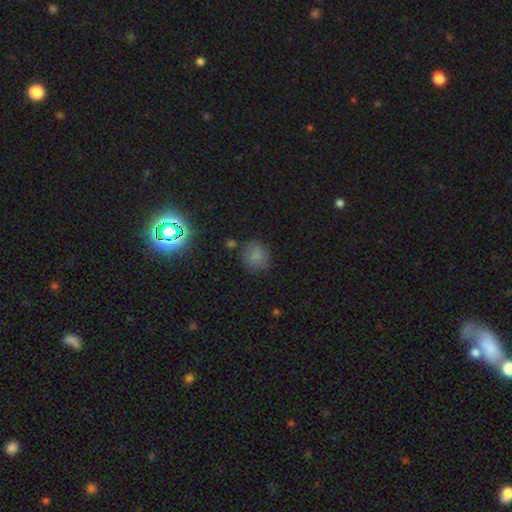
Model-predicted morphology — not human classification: type=smooth (78%); roundness=round (88%); merging=none (78%).